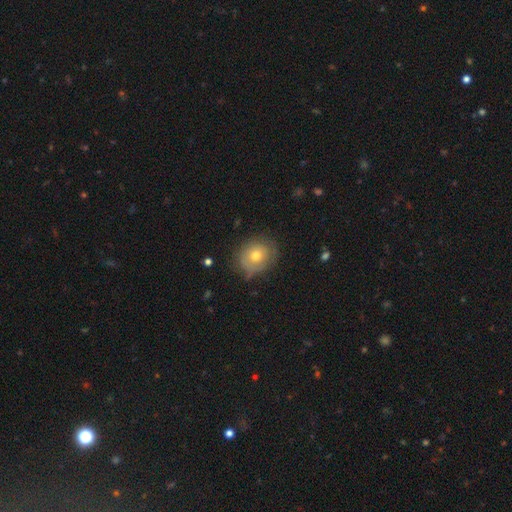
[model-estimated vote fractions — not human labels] Q: Smooth or featured?
A: smooth (58%); runner-up: featured or disk (32%)
Q: How rounded?
A: round (72%); runner-up: in between (27%)
Q: Merging?
A: none (67%); runner-up: minor disturbance (25%)